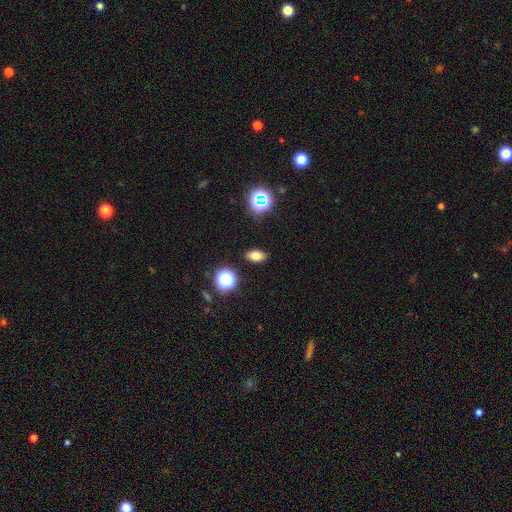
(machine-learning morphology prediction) Smooth or featured?
  - smooth: 74% *
  - star or artifact: 17%
  - featured or disk: 10%
How rounded?
  - in between: 86% *
  - round: 11%
  - cigar-shaped: 3%
Merging?
  - none: 88% *
  - minor disturbance: 8%
  - major disturbance: 2%
  - merger: 2%